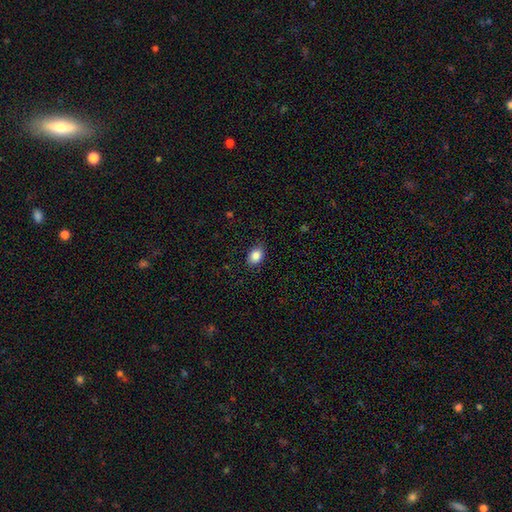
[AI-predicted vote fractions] smooth_or_featured: smooth (p=0.87) [alt: star or artifact p=0.09]
how_rounded: in between (p=0.74) [alt: round p=0.25]
merging: none (p=0.83) [alt: minor disturbance p=0.13]